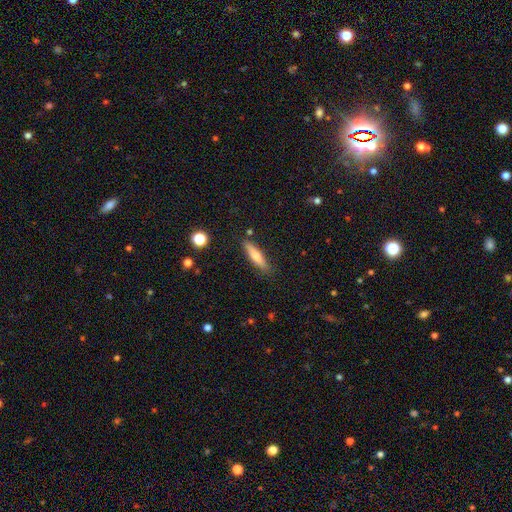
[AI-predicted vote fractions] smooth-or-featured: smooth: 62% | featured or disk: 31% | star or artifact: 7%
  how-rounded: cigar-shaped: 77% | in between: 21% | round: 2%
  merging: none: 84% | minor disturbance: 12% | merger: 2% | major disturbance: 2%